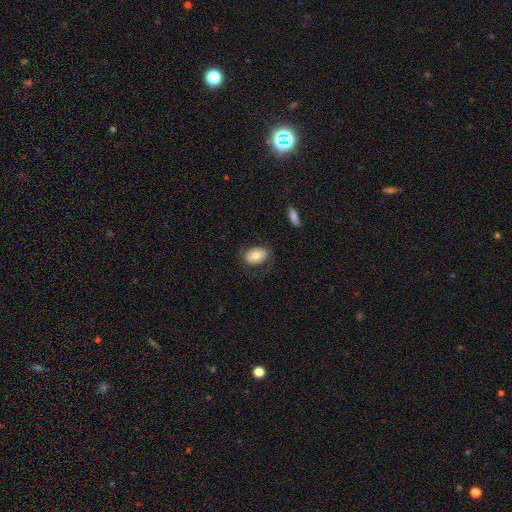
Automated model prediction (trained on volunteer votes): smooth 68%, featured or disk 25%, star or artifact 7%. Down the decision tree: how rounded — in between (79%); merging — none (75%).